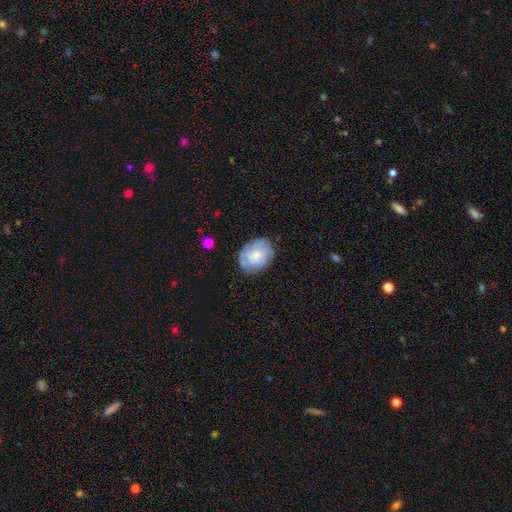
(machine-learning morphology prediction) Smooth or featured?
  - smooth: 56% *
  - featured or disk: 37%
  - star or artifact: 8%
How rounded?
  - in between: 57% *
  - round: 42%
  - cigar-shaped: 1%
Merging?
  - none: 68% *
  - minor disturbance: 22%
  - major disturbance: 7%
  - merger: 2%